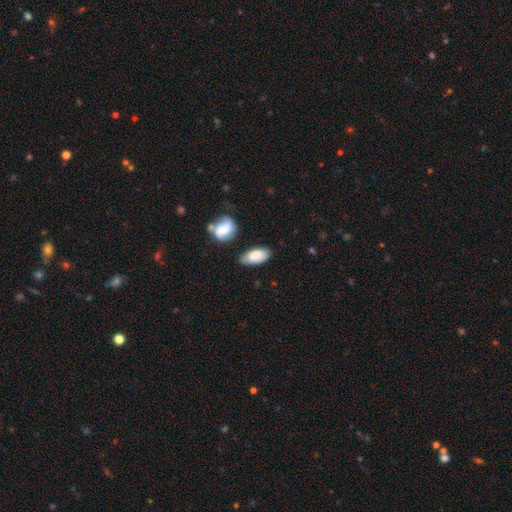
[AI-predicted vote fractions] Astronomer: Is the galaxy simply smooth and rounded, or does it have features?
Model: smooth — 83%.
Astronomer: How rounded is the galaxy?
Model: in between — 91%.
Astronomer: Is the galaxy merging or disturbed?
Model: none — 67%.